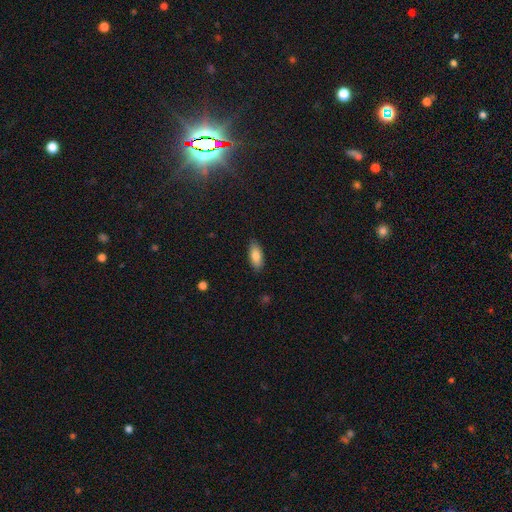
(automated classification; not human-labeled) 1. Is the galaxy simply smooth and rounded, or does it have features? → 84% smooth, 10% featured or disk, 7% star or artifact.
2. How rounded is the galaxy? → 84% in between, 14% cigar-shaped, 2% round.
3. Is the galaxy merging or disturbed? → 86% none, 11% minor disturbance, 2% major disturbance, 1% merger.